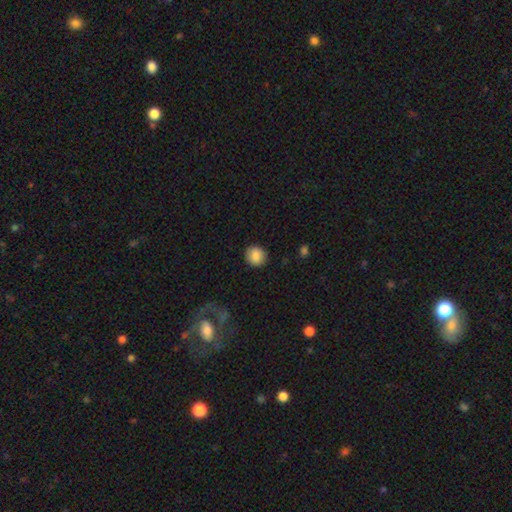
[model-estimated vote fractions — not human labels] A smooth galaxy with no disk features (87%) that is round (84%). Merging: none (89%).